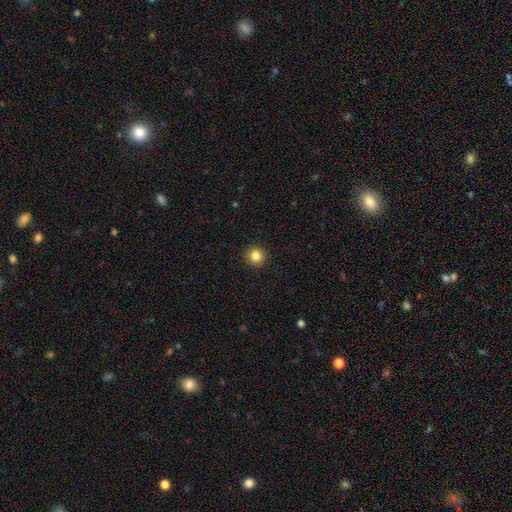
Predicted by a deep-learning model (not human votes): A smooth galaxy with no disk features (84%) that is round (94%).

Vote fractions:
- Smooth or featured? smooth: 84% / star or artifact: 11% / featured or disk: 5%
- How rounded? round: 94% / in between: 5% / cigar-shaped: 1%
- Merging? none: 93% / minor disturbance: 5% / major disturbance: 2% / merger: 1%